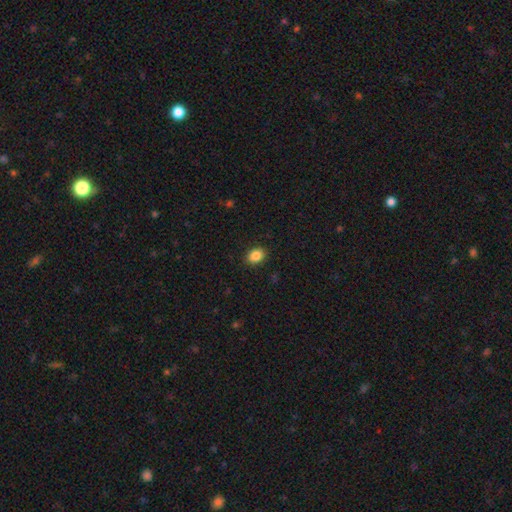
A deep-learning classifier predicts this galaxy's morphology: A smooth galaxy with no disk features (87%) that is in between round and cigar-shaped (62%).

Vote fractions:
- Smooth or featured? smooth: 87% / star or artifact: 9% / featured or disk: 4%
- How rounded? in between: 62% / round: 37% / cigar-shaped: 1%
- Merging? none: 89% / minor disturbance: 8% / major disturbance: 2% / merger: 1%